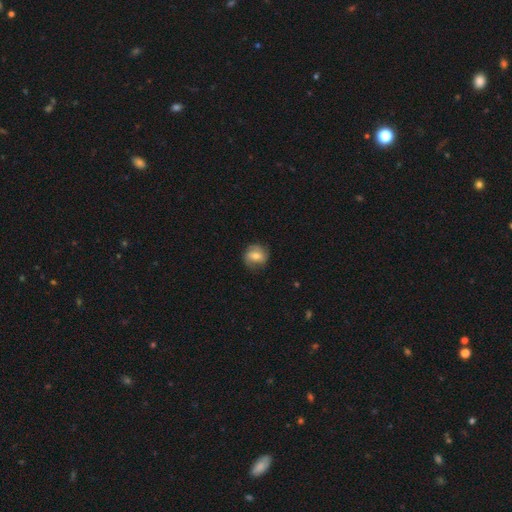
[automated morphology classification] A smooth galaxy with no disk features (50%) that is round (77%). Merging: none (73%).